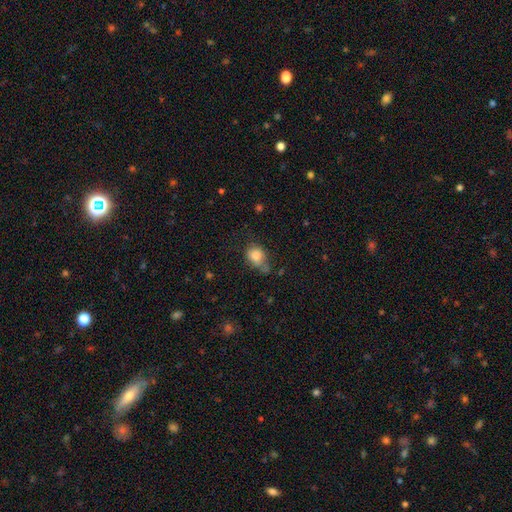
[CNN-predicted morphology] Smooth or featured? smooth (82%)
How rounded? round (53%)
Merging? none (43%)